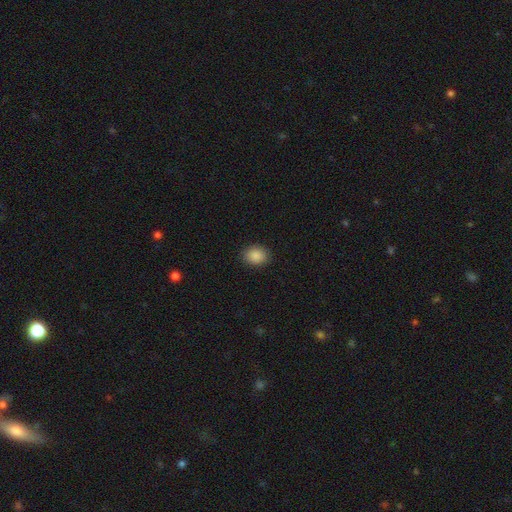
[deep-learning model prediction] smooth-or-featured: smooth: 88% | star or artifact: 9% | featured or disk: 3%
  how-rounded: in between: 52% | round: 47% | cigar-shaped: 1%
  merging: none: 90% | minor disturbance: 7% | major disturbance: 2% | merger: 1%